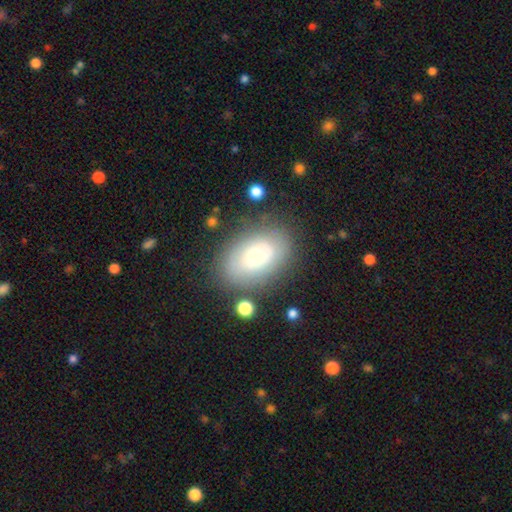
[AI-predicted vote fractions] The model was most divided on "smooth or featured": featured or disk: 48%, smooth: 43%, star or artifact: 9%. More confident: merging — none (74%).